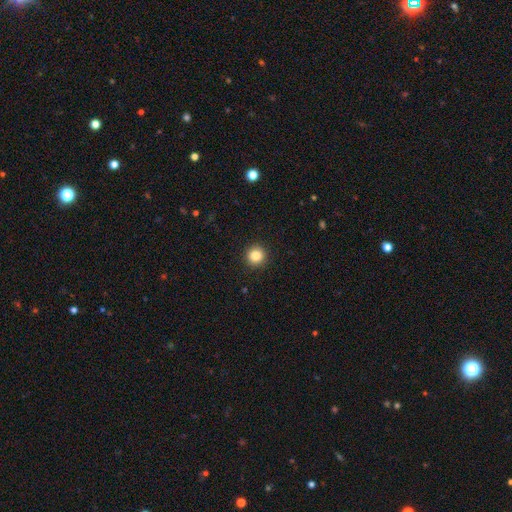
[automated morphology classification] A smooth galaxy with no disk features (84%) that is round (94%). Merging: none (93%).